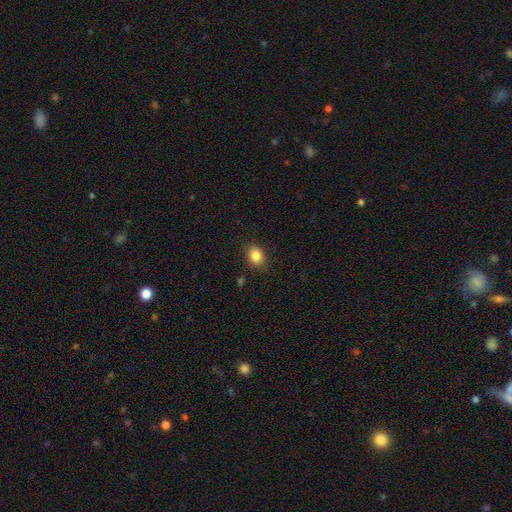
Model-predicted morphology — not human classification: smooth-or-featured: smooth: 85% | star or artifact: 10% | featured or disk: 5%
  how-rounded: in between: 53% | round: 46% | cigar-shaped: 1%
  merging: none: 85% | minor disturbance: 11% | major disturbance: 3% | merger: 1%